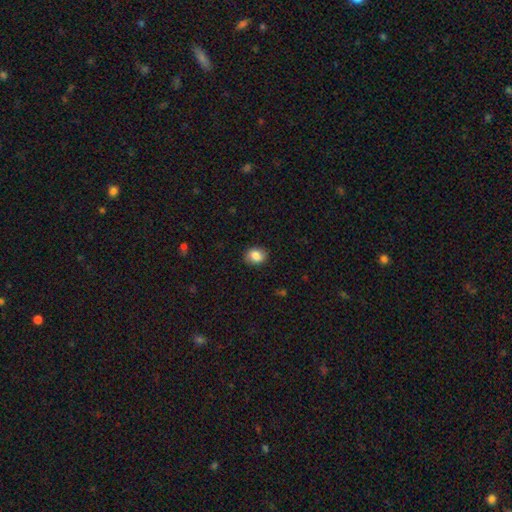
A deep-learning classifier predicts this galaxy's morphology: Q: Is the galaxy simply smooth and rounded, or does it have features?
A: smooth — 84%.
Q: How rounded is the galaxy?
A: in between — 51%.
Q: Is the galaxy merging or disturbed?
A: none — 85%.